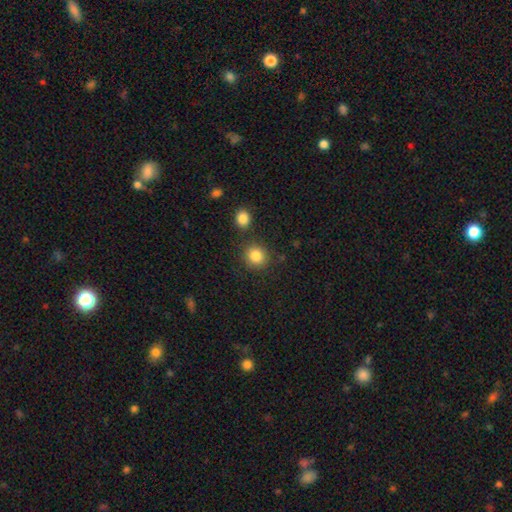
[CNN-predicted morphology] smooth-or-featured: smooth: 85% | star or artifact: 10% | featured or disk: 5%
  how-rounded: round: 88% | in between: 11% | cigar-shaped: 1%
  merging: none: 83% | minor disturbance: 8% | merger: 6% | major disturbance: 3%